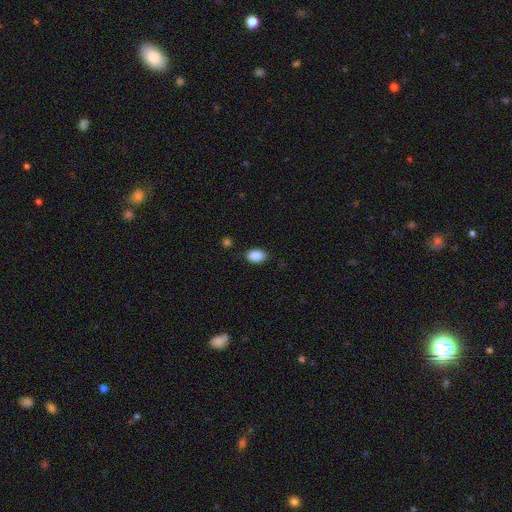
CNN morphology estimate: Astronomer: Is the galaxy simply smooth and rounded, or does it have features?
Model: smooth — 89%.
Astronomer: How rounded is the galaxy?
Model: in between — 88%.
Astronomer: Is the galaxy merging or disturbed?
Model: none — 84%.